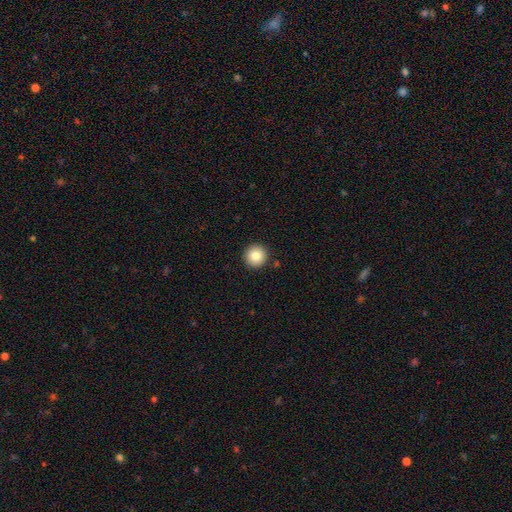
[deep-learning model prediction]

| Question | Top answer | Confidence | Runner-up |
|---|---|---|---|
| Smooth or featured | smooth | 83% | star or artifact (10%) |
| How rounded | round | 96% | in between (3%) |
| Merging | none | 92% | minor disturbance (5%) |